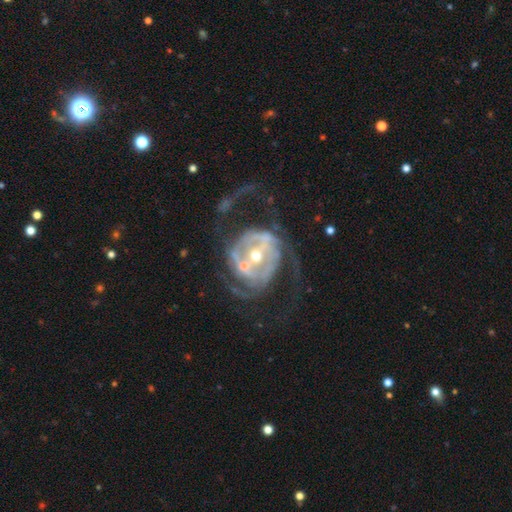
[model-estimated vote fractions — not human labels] A featured or disk galaxy (86%) with no bar (41%), 2 (48%) medium (42%) spiral arms (88%) and a moderate central bulge (47%, tied with small). Merging: none (36%).